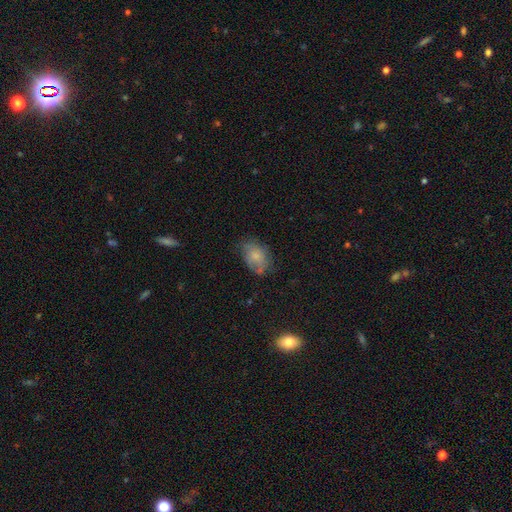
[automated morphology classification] Overall: smooth (70%). How rounded: in between (81%). Merging: none (54%; minor disturbance 32%).